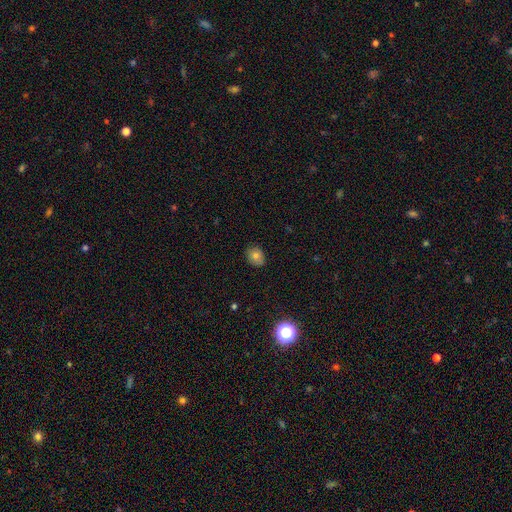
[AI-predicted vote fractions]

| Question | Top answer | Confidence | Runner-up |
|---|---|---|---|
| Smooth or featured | smooth | 76% | featured or disk (13%) |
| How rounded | round | 53% | in between (46%) |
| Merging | none | 84% | minor disturbance (13%) |